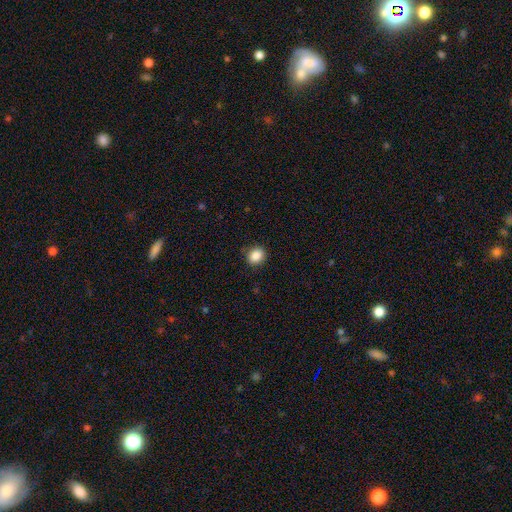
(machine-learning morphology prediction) Smooth or featured? Predicted: smooth (p=0.87). How rounded? Predicted: round (p=0.76). Merging? Predicted: none (p=0.87).